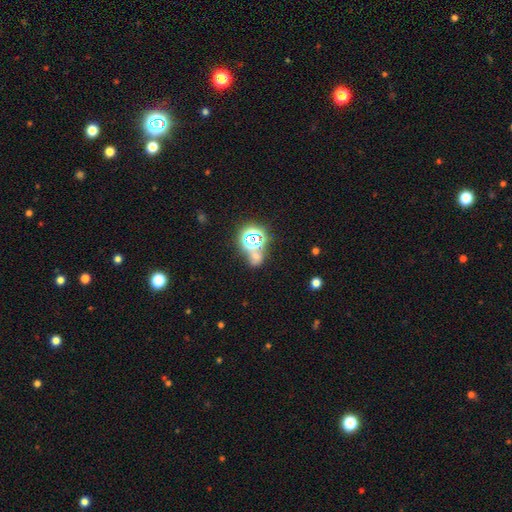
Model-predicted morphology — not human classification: Overall: star or artifact (47%; smooth 43%).